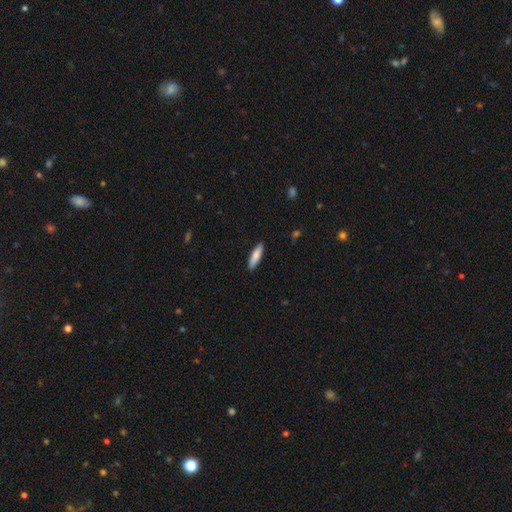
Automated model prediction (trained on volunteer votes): Smooth or featured? Predicted: smooth (p=0.83). How rounded? Predicted: cigar-shaped (p=0.70). Merging? Predicted: none (p=0.90).